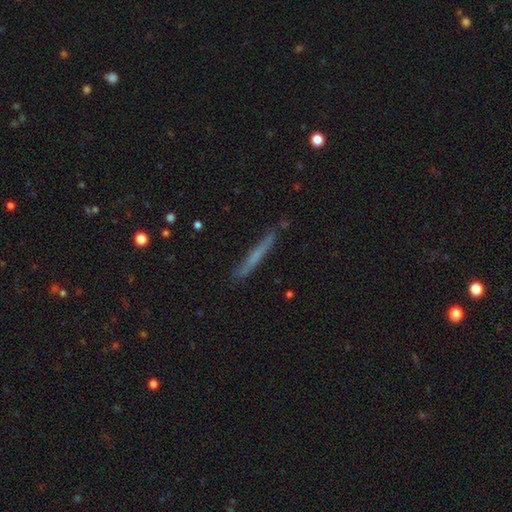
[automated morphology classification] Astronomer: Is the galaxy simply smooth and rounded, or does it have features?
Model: smooth — 50% (runner-up: featured or disk, 42%).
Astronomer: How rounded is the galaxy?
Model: cigar-shaped — 96%.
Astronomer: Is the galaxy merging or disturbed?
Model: none — 84%.